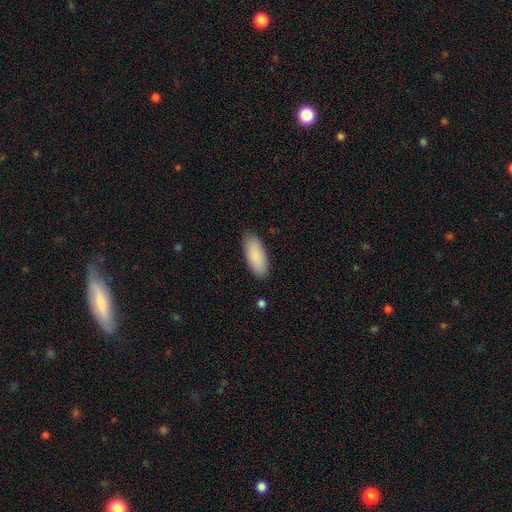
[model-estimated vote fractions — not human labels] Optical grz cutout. It shows a smooth galaxy with no disk features (89%) that is in between round and cigar-shaped (83%). Merging: none (86%).